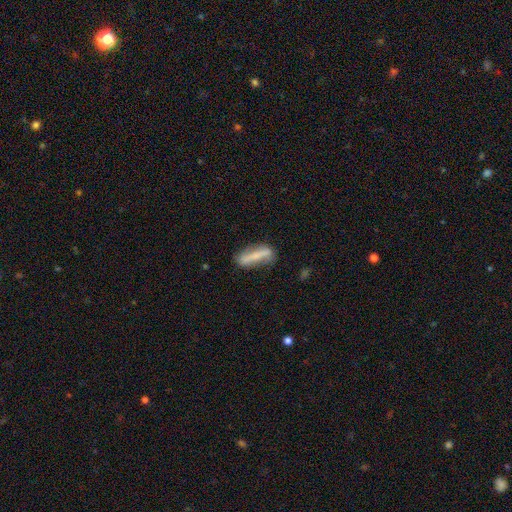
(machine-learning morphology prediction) Overall: smooth (51%; featured or disk 41%). How rounded: cigar-shaped (68%; in between 30%). Merging: none (68%).